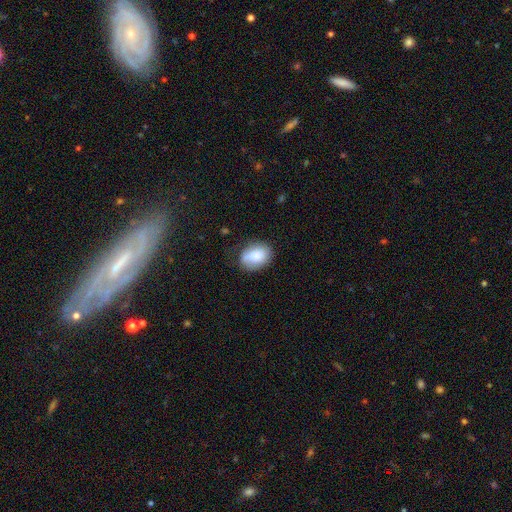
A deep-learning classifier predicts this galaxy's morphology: Smooth or featured?
  - smooth: 81% *
  - featured or disk: 11%
  - star or artifact: 7%
How rounded?
  - in between: 71% *
  - round: 28%
  - cigar-shaped: 1%
Merging?
  - none: 64% *
  - minor disturbance: 24%
  - major disturbance: 7%
  - merger: 4%